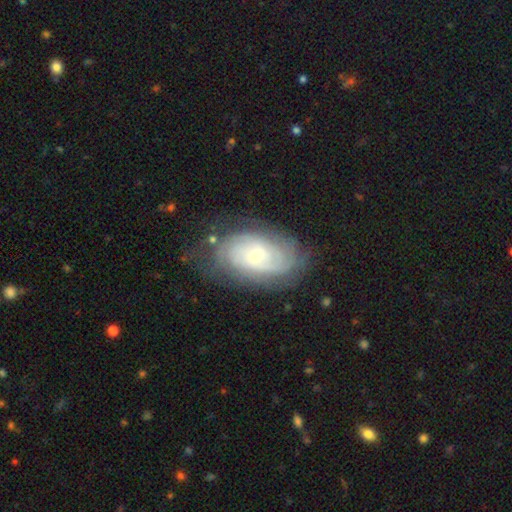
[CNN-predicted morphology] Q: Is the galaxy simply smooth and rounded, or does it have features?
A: featured or disk — 79%.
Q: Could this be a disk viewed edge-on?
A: no — 95%.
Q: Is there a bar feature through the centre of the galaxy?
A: no — 68%.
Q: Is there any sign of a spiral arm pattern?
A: yes — 93%.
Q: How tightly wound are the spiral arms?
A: tight — 72%.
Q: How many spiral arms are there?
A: can't tell — 46%.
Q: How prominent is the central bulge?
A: small — 61%.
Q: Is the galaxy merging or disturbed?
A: none — 71%.